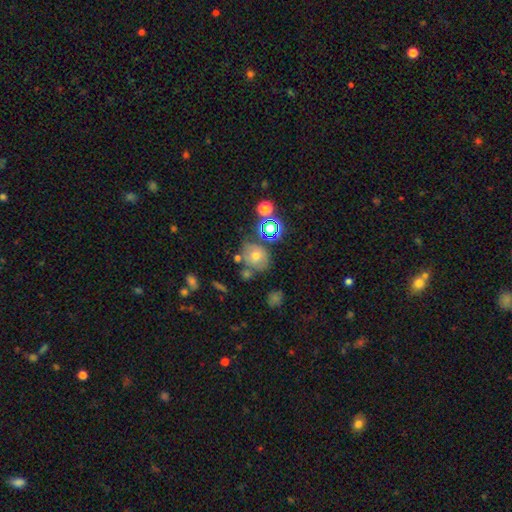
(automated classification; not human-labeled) A smooth galaxy with no disk features (54%) that is round (69%). Merging: none (61%).